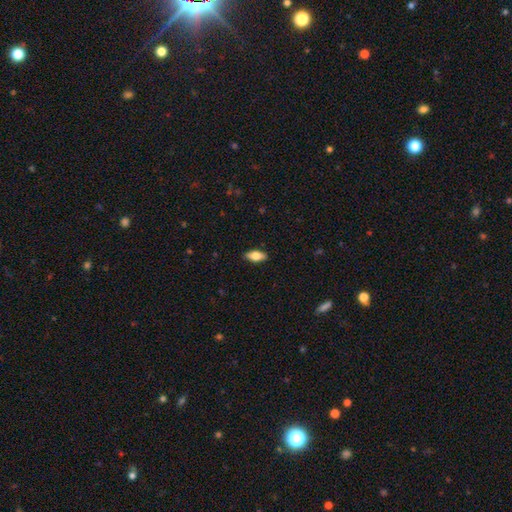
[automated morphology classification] A smooth galaxy with no disk features (73%) that is in between round and cigar-shaped (86%).

Vote fractions:
- Smooth or featured? smooth: 73% / featured or disk: 20% / star or artifact: 7%
- How rounded? in between: 86% / cigar-shaped: 11% / round: 3%
- Merging? none: 89% / minor disturbance: 9% / major disturbance: 2% / merger: 1%